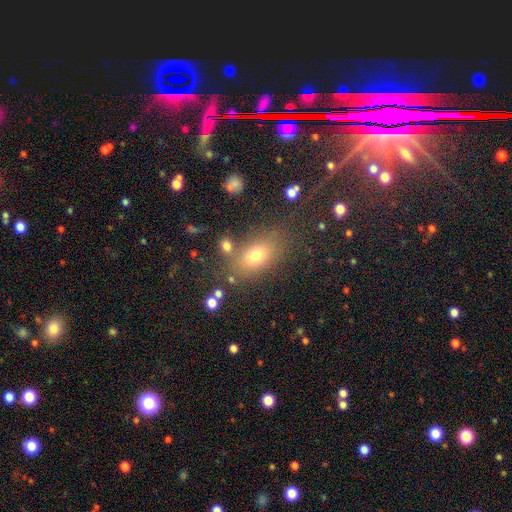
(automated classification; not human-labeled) smooth-or-featured: smooth: 72% | star or artifact: 15% | featured or disk: 13%
  how-rounded: in between: 79% | round: 17% | cigar-shaped: 4%
  merging: none: 73% | minor disturbance: 13% | merger: 8% | major disturbance: 6%